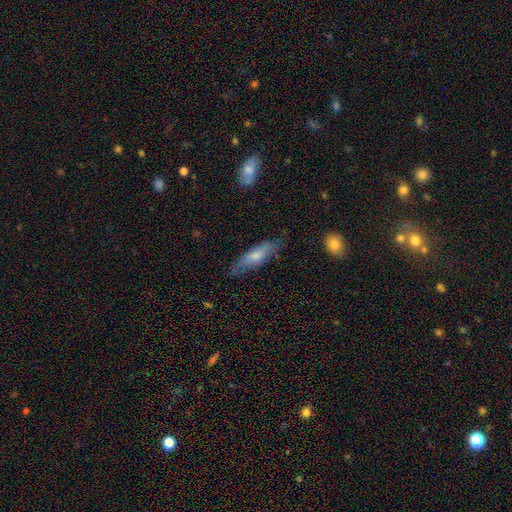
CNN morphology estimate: The model was most divided on "how rounded": cigar-shaped: 65%, in between: 34%, round: 2%. More confident: merging — none (76%); smooth or featured — smooth (63%).